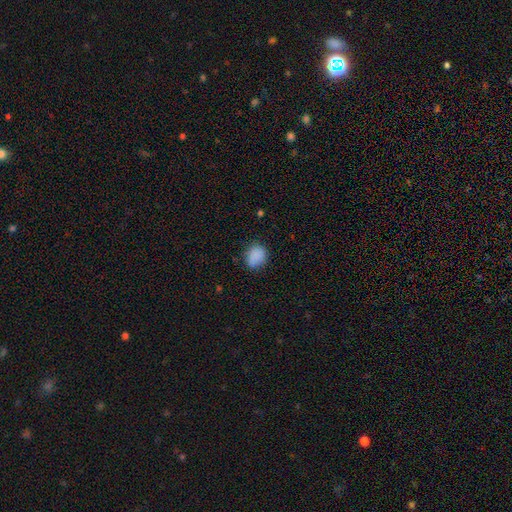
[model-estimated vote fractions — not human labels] smooth-or-featured: smooth: 86% | star or artifact: 9% | featured or disk: 5%
  how-rounded: round: 50% | in between: 49% | cigar-shaped: 1%
  merging: none: 73% | minor disturbance: 21% | major disturbance: 5% | merger: 2%